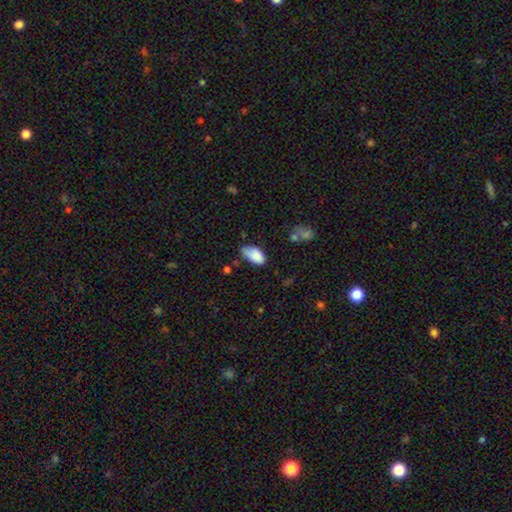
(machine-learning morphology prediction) This is clearly a smooth galaxy (84%). How rounded: clearly in between (93%). Merging: marginally none (45%).